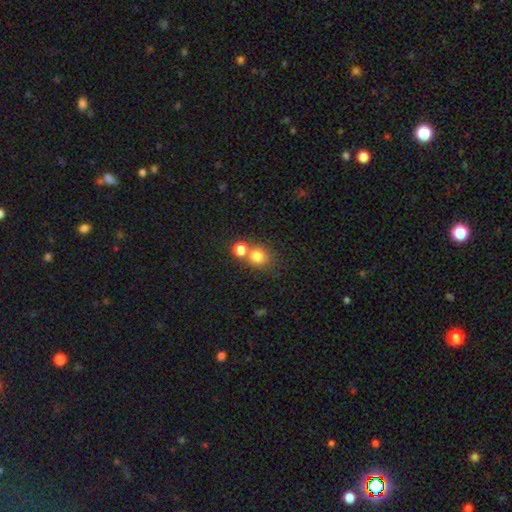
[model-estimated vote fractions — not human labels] Overall: smooth (78%). How rounded: round (82%). Merging: none (54%; merger 35%).